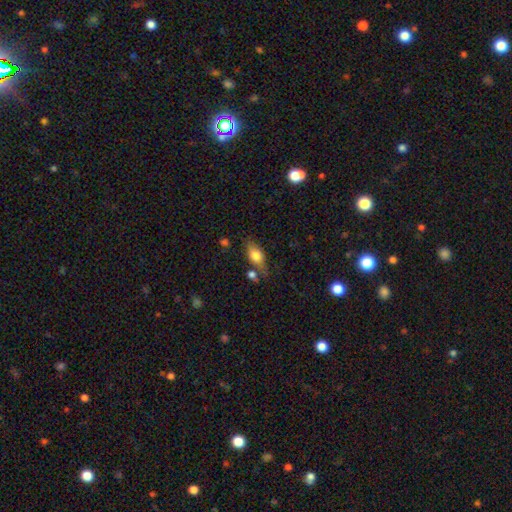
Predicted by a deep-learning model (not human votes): The model was most divided on "smooth or featured": smooth: 67%, featured or disk: 25%, star or artifact: 8%. More confident: how rounded — in between (79%); merging — none (66%).